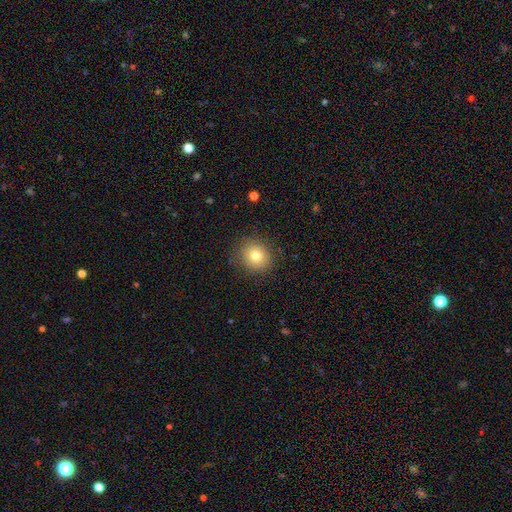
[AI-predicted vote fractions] Smooth or featured? smooth (78%)
How rounded? round (81%)
Merging? none (88%)